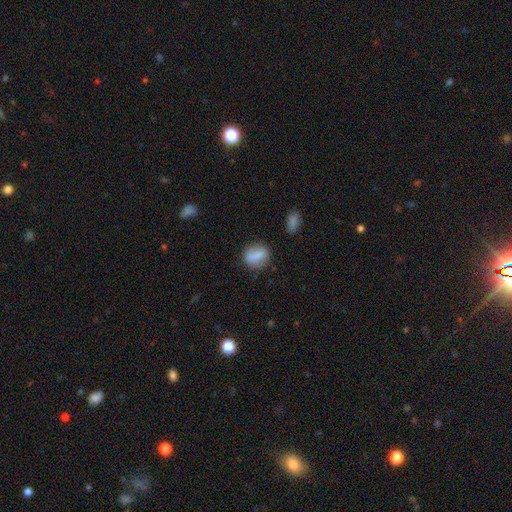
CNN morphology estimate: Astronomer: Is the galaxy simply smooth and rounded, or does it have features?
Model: smooth — 81%.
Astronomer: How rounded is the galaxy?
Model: round — 54% (runner-up: in between, 43%).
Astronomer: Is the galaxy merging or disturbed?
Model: none — 78%.